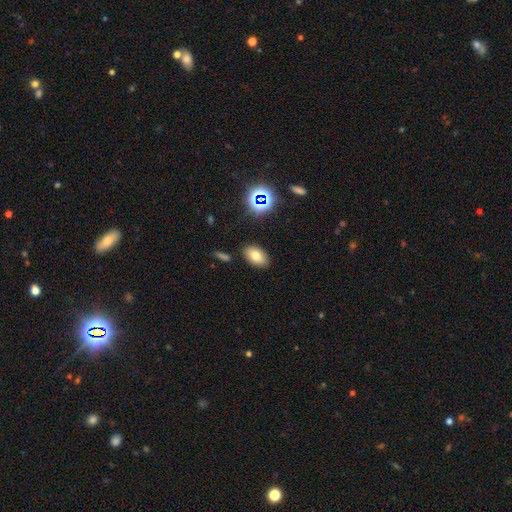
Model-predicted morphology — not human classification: Q: Smooth or featured?
A: smooth (72%); runner-up: star or artifact (14%)
Q: How rounded?
A: in between (90%); runner-up: round (8%)
Q: Merging?
A: none (86%); runner-up: minor disturbance (9%)